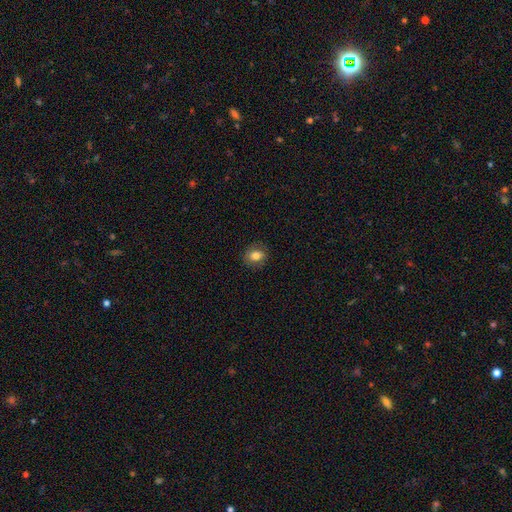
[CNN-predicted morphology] This is likely a smooth galaxy (79%). How rounded: possibly round (57%). Merging: clearly none (85%).